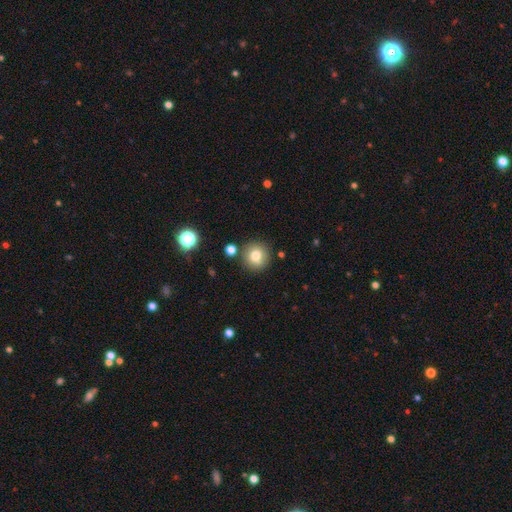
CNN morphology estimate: The model was most divided on "smooth or featured": smooth: 78%, star or artifact: 12%, featured or disk: 10%. More confident: how rounded — round (92%); merging — none (84%).